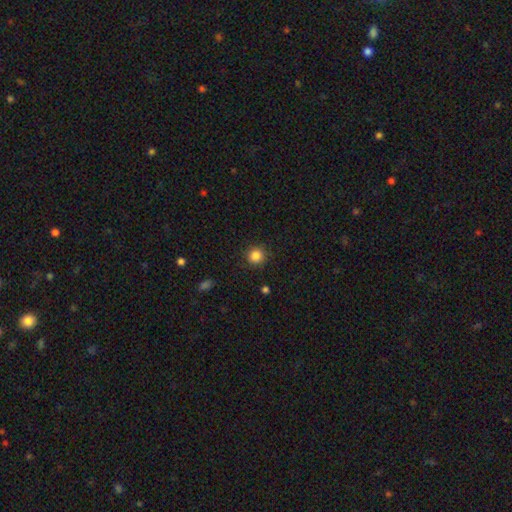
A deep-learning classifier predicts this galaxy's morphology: Smooth or featured? smooth (86%)
How rounded? round (94%)
Merging? none (90%)